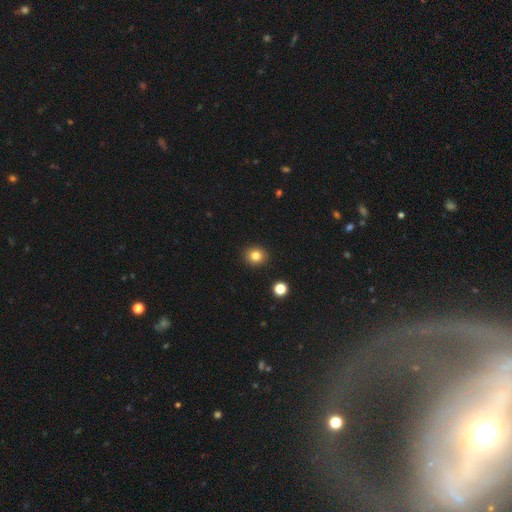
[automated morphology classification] Smooth or featured: smooth — 82% (star or artifact — 12%)
How rounded: round — 81% (in between — 18%)
Merging: none — 91% (minor disturbance — 6%)